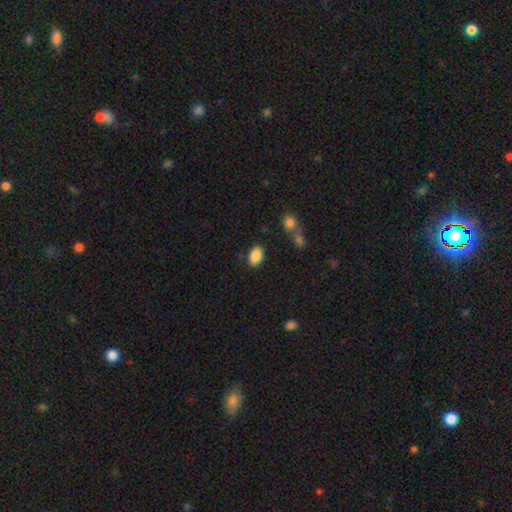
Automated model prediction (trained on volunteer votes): Smooth or featured: smooth — 87% (star or artifact — 8%)
How rounded: in between — 89% (round — 10%)
Merging: none — 82% (minor disturbance — 12%)